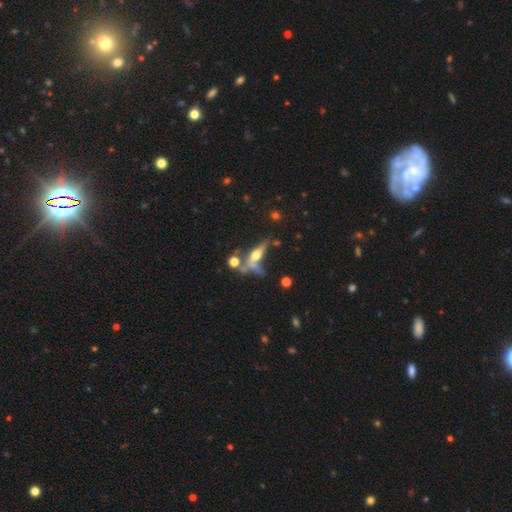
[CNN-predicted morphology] featured or disk 54%, smooth 35%, star or artifact 11%. Down the decision tree: edge-on disk — yes (75%); merging — none (38%).